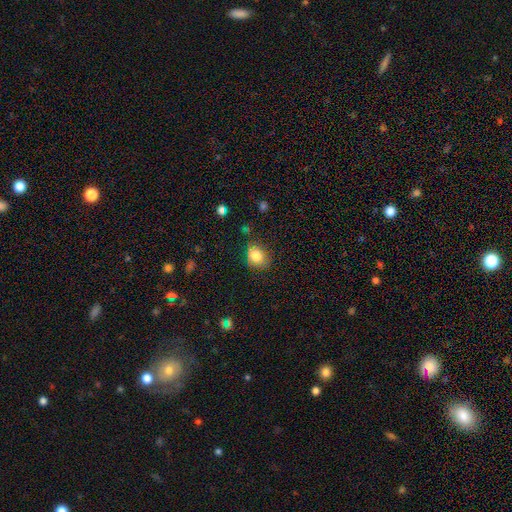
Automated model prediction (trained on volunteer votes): smooth 83%, star or artifact 10%, featured or disk 7%. Down the decision tree: how rounded — round (55%); merging — none (70%).